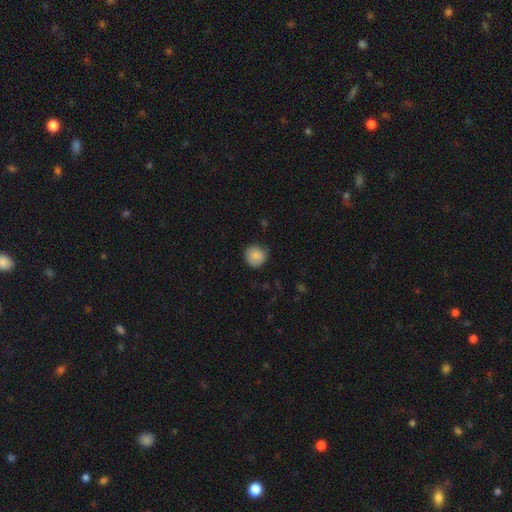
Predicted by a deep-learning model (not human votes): Overall: smooth (87%). How rounded: round (90%). Merging: none (83%).